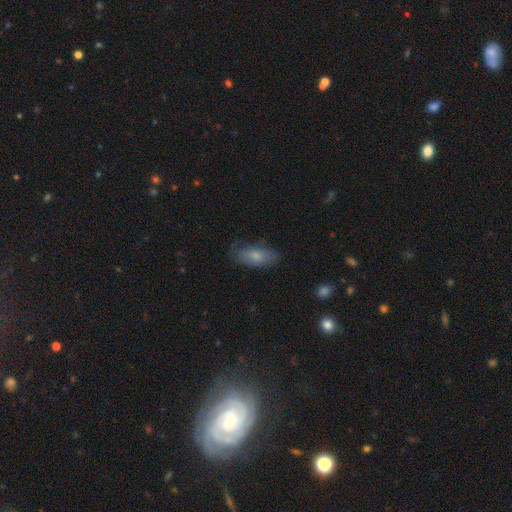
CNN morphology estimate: Smooth or featured?
  - smooth: 75% *
  - featured or disk: 18%
  - star or artifact: 7%
How rounded?
  - in between: 87% *
  - cigar-shaped: 10%
  - round: 3%
Merging?
  - none: 70% *
  - minor disturbance: 22%
  - major disturbance: 7%
  - merger: 1%